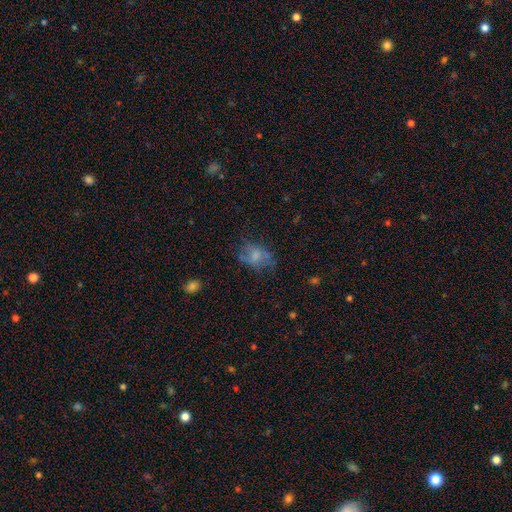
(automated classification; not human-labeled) Smooth or featured?
  - smooth: 54% *
  - featured or disk: 32%
  - star or artifact: 13%
How rounded?
  - in between: 74% *
  - round: 24%
  - cigar-shaped: 2%
Merging?
  - none: 48% *
  - minor disturbance: 24%
  - major disturbance: 23%
  - merger: 4%